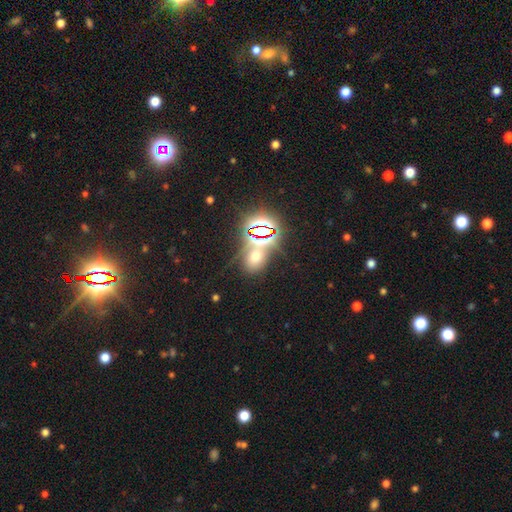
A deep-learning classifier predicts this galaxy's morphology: This is possibly a star or artifact rather than a galaxy (51%).